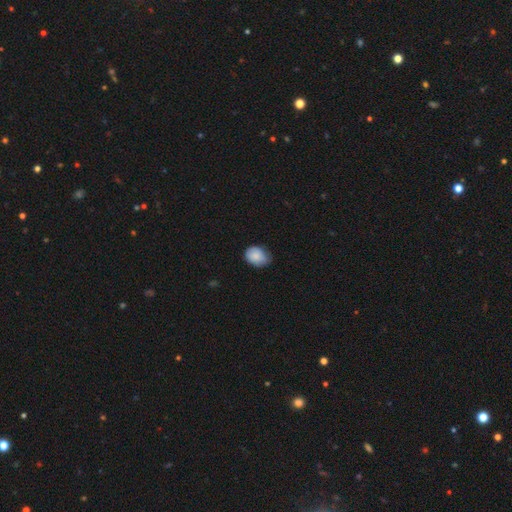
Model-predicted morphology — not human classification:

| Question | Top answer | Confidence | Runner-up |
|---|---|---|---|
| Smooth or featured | smooth | 84% | featured or disk (9%) |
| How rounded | in between | 63% | round (36%) |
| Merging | none | 60% | minor disturbance (34%) |